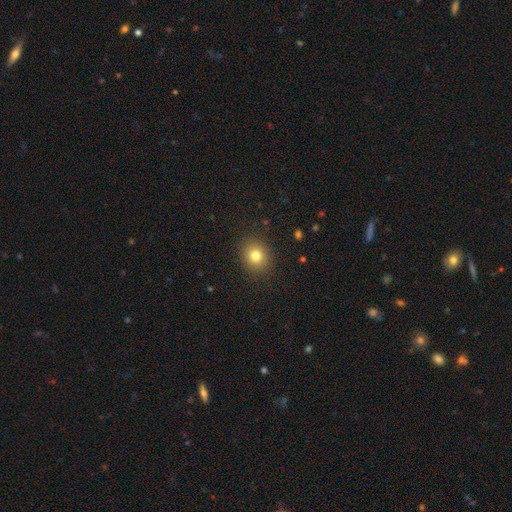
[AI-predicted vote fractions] smooth-or-featured: smooth: 80% | star or artifact: 12% | featured or disk: 8%
  how-rounded: round: 74% | in between: 25% | cigar-shaped: 1%
  merging: none: 89% | minor disturbance: 7% | major disturbance: 3% | merger: 1%